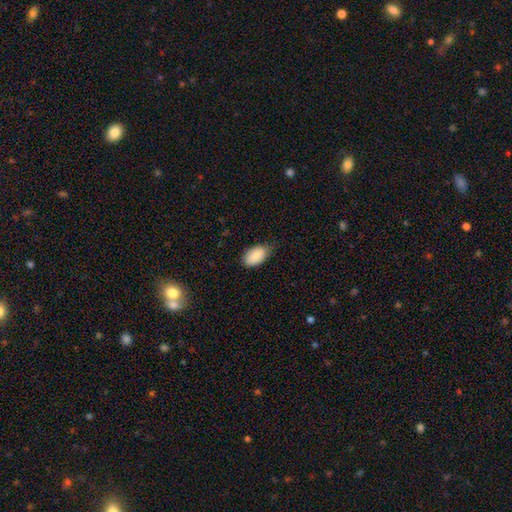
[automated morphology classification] smooth_or_featured: smooth (p=0.86) [alt: featured or disk p=0.08]
how_rounded: in between (p=0.94) [alt: round p=0.04]
merging: none (p=0.68) [alt: minor disturbance p=0.27]